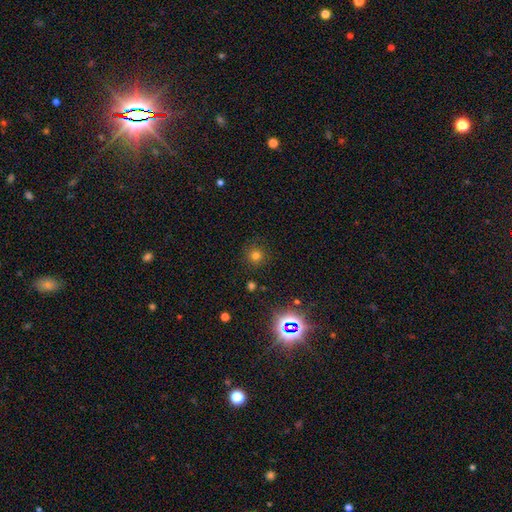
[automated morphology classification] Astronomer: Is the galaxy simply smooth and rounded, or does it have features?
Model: smooth — 73%.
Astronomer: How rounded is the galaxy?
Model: round — 94%.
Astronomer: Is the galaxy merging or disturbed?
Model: none — 87%.